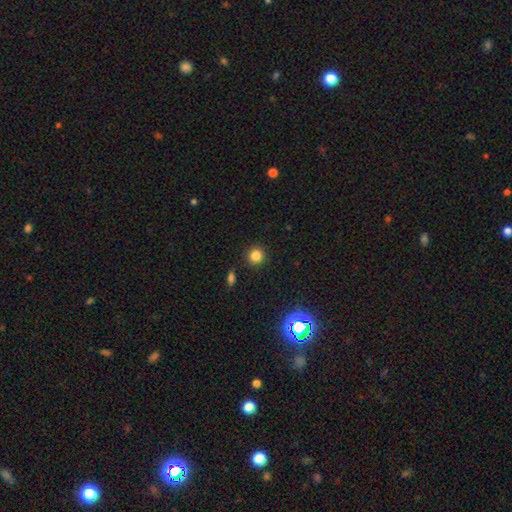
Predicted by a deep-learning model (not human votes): smooth-or-featured: smooth: 81% | star or artifact: 14% | featured or disk: 5%
  how-rounded: round: 93% | in between: 6% | cigar-shaped: 1%
  merging: none: 90% | minor disturbance: 6% | major disturbance: 2% | merger: 2%